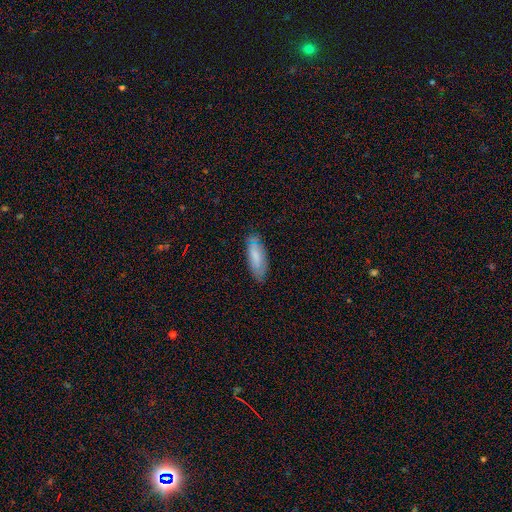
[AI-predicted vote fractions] Q: Smooth or featured?
A: smooth (74%); runner-up: featured or disk (19%)
Q: How rounded?
A: in between (71%); runner-up: cigar-shaped (27%)
Q: Merging?
A: none (76%); runner-up: minor disturbance (19%)